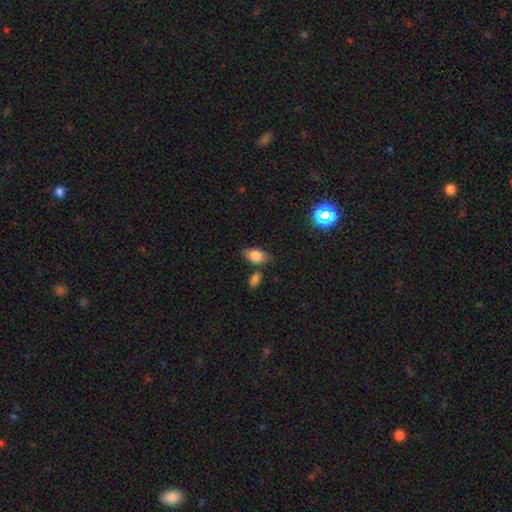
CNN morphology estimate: Overall: smooth (81%). How rounded: in between (89%). Merging: none (70%).